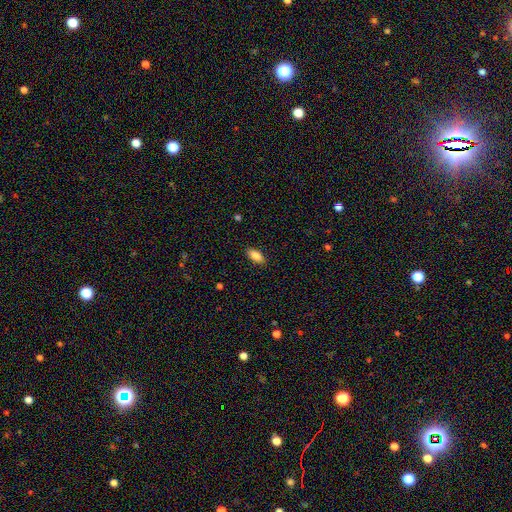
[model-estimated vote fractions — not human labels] Q: Smooth or featured?
A: smooth (88%); runner-up: star or artifact (7%)
Q: How rounded?
A: in between (89%); runner-up: cigar-shaped (9%)
Q: Merging?
A: none (88%); runner-up: minor disturbance (9%)